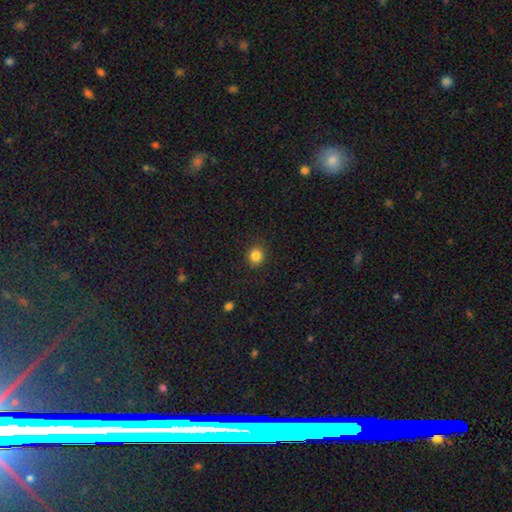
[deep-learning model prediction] Smooth or featured? smooth (85%)
How rounded? round (83%)
Merging? none (90%)